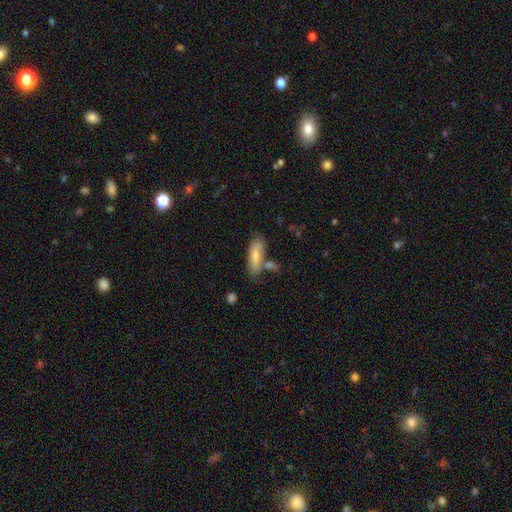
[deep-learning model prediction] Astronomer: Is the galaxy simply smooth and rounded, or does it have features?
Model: smooth — 72%.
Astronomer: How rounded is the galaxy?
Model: in between — 51% (runner-up: cigar-shaped, 47%).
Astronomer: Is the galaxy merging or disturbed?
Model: none — 58%.